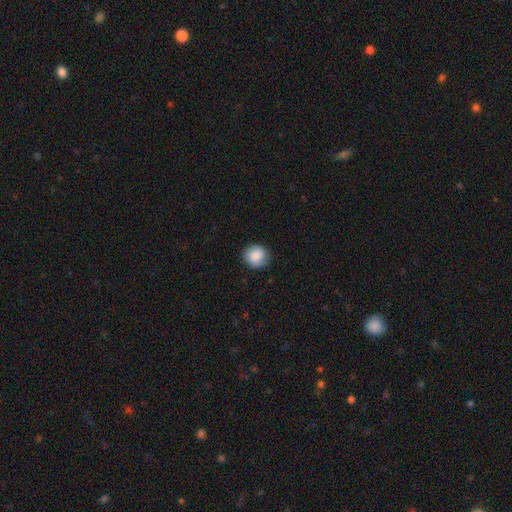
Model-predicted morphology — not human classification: Smooth or featured: smooth — 85% (star or artifact — 7%)
How rounded: round — 84% (in between — 15%)
Merging: none — 83% (minor disturbance — 13%)